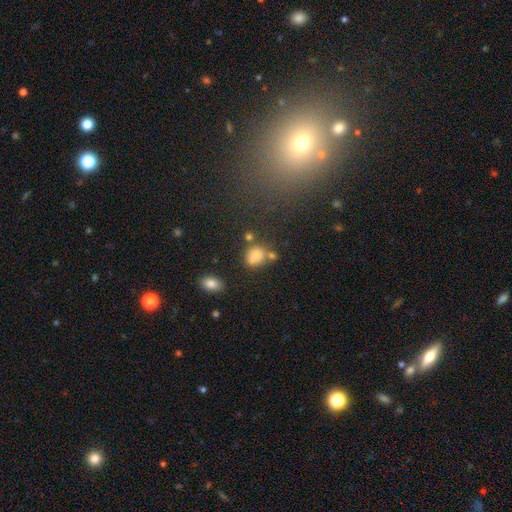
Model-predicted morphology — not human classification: Q: Smooth or featured?
A: smooth (74%); runner-up: star or artifact (14%)
Q: How rounded?
A: round (67%); runner-up: in between (32%)
Q: Merging?
A: none (53%); runner-up: merger (25%)